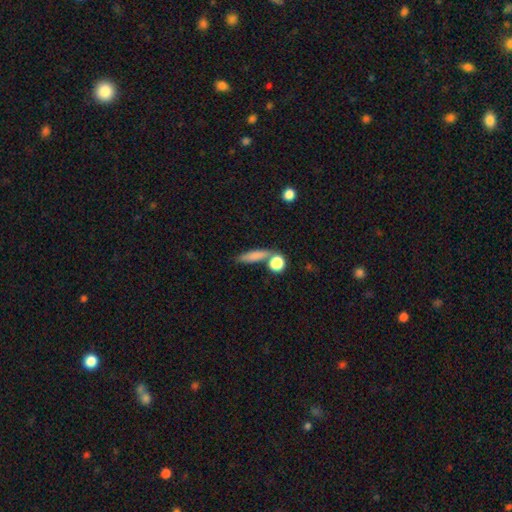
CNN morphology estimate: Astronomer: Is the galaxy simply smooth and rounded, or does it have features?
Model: smooth — 76%.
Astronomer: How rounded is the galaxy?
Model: cigar-shaped — 59%.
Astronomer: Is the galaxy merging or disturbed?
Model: none — 64%.